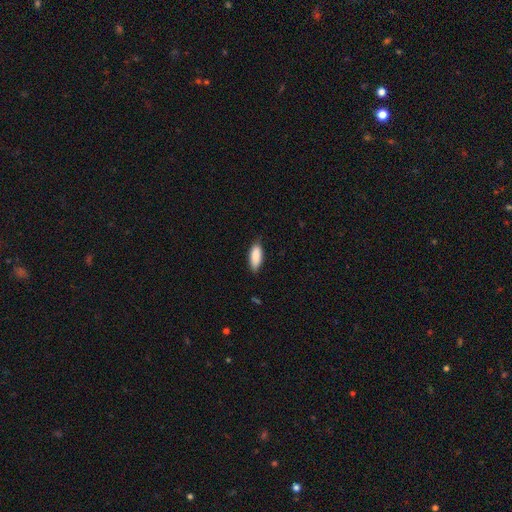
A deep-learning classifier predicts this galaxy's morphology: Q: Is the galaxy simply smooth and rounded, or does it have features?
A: smooth — 88%.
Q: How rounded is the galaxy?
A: in between — 77%.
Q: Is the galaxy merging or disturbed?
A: none — 78%.